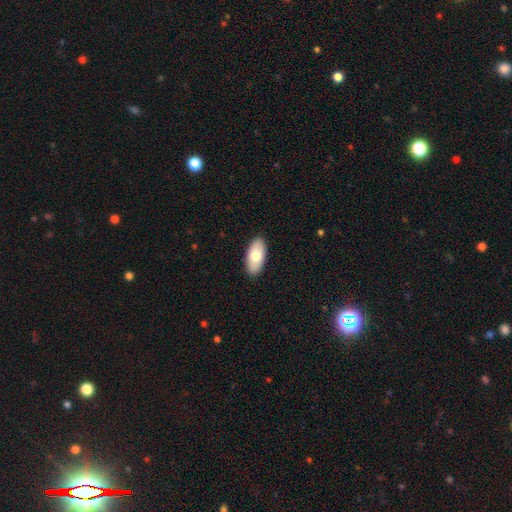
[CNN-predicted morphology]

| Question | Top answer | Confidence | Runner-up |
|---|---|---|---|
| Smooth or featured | smooth | 75% | featured or disk (19%) |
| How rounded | in between | 92% | cigar-shaped (6%) |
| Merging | none | 90% | minor disturbance (7%) |